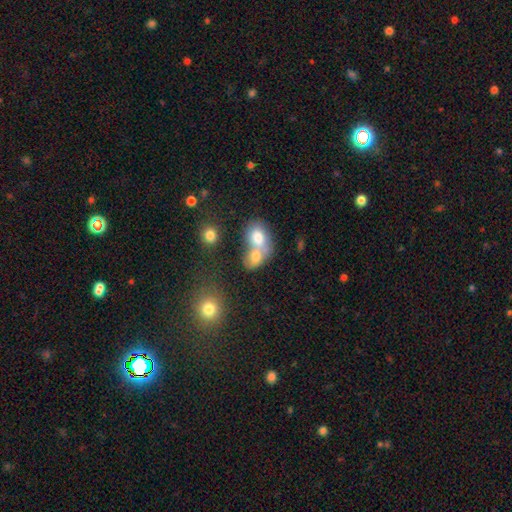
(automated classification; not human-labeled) This appears to be a smooth galaxy with no disk features (73%) that is in between round and cigar-shaped (67%). Merging: merger (68%).